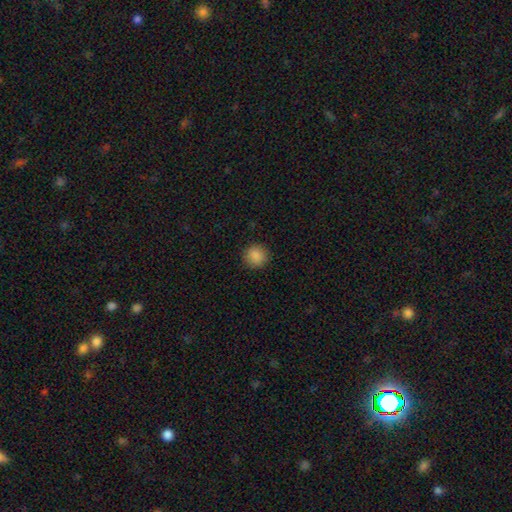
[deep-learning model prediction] Smooth or featured? Predicted: smooth (p=0.88). How rounded? Predicted: round (p=0.93). Merging? Predicted: none (p=0.91).